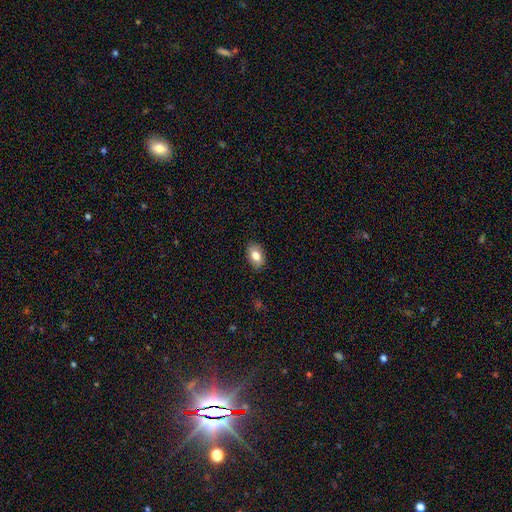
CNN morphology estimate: This appears to be a smooth galaxy with no disk features (80%) that is in between round and cigar-shaped (89%). Merging: none (85%).